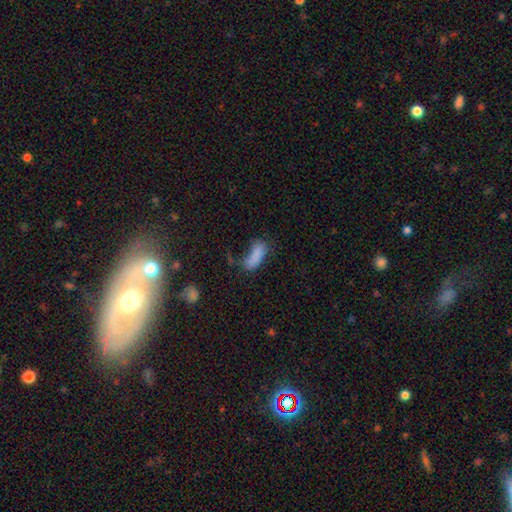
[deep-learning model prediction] Overall: smooth (80%). How rounded: in between (76%). Merging: none (38%; major disturbance 27%).